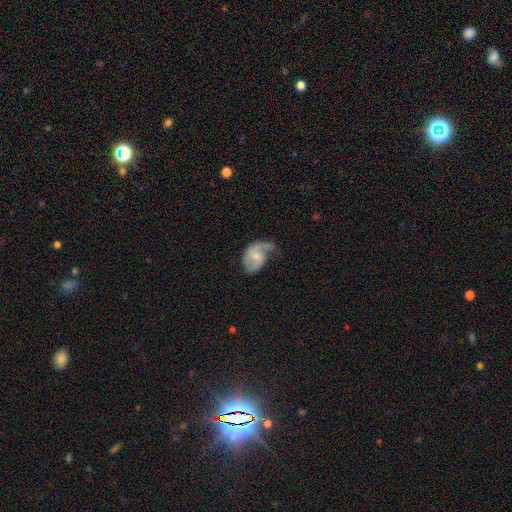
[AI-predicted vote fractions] Smooth or featured?
  - featured or disk: 70% *
  - smooth: 24%
  - star or artifact: 6%
Edge-on disk?
  - no: 97% *
  - yes: 3%
Bar?
  - no: 53% *
  - weak: 39%
  - strong: 8%
Spiral arms?
  - yes: 89% *
  - no: 11%
Spiral winding?
  - loose: 44% *
  - medium: 40%
  - tight: 16%
Spiral arm count?
  - 2: 60% *
  - 1: 30%
  - can't tell: 7%
  - 3: 1%
  - 4: 1%
  - more than 4: 1%
Bulge size?
  - small: 55% *
  - moderate: 34%
  - none: 8%
  - large: 2%
  - dominant: 1%
Merging?
  - none: 36% *
  - minor disturbance: 33%
  - major disturbance: 29%
  - merger: 2%